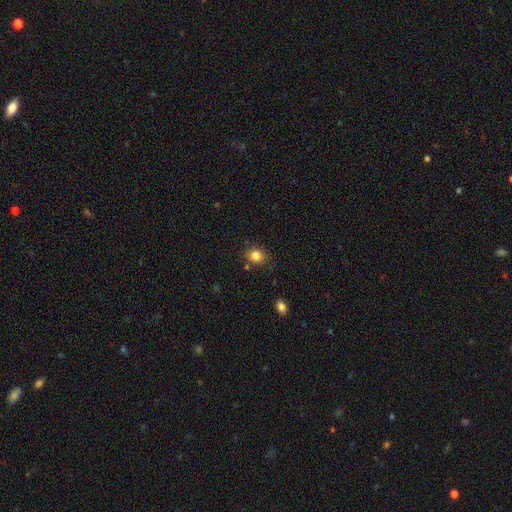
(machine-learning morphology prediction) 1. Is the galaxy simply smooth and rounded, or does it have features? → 83% smooth, 11% star or artifact, 6% featured or disk.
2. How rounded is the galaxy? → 73% round, 26% in between, 1% cigar-shaped.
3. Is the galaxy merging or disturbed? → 82% none, 11% minor disturbance, 4% merger, 3% major disturbance.